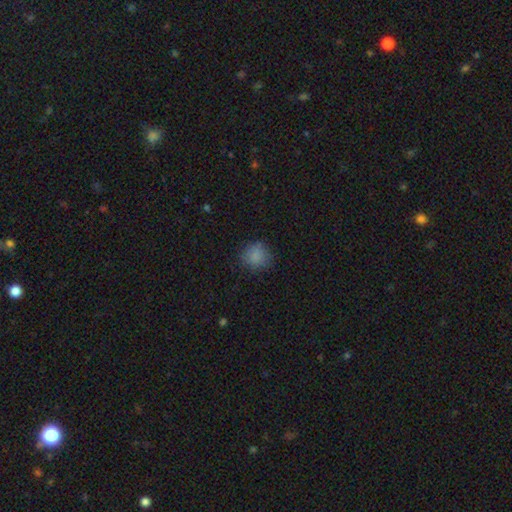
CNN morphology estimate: Overall: smooth (82%). How rounded: round (85%). Merging: none (80%).